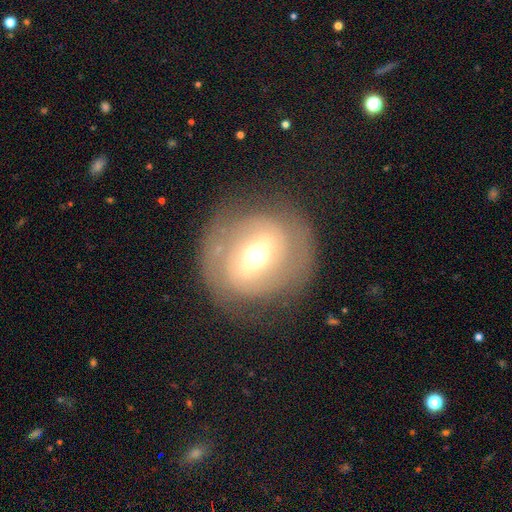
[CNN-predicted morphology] A featured or disk galaxy (70%) with a strong bar (41%), spiral arms (70%) and a moderate central bulge (63%). Merging: none (75%).